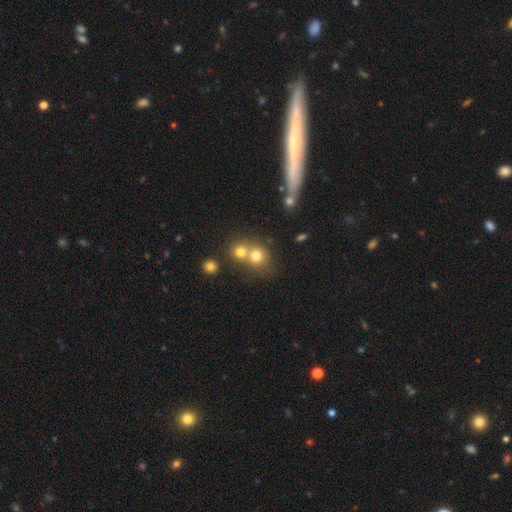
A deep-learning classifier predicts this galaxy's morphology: Q: Smooth or featured?
A: smooth (74%); runner-up: star or artifact (13%)
Q: How rounded?
A: round (81%); runner-up: in between (18%)
Q: Merging?
A: merger (54%); runner-up: none (37%)